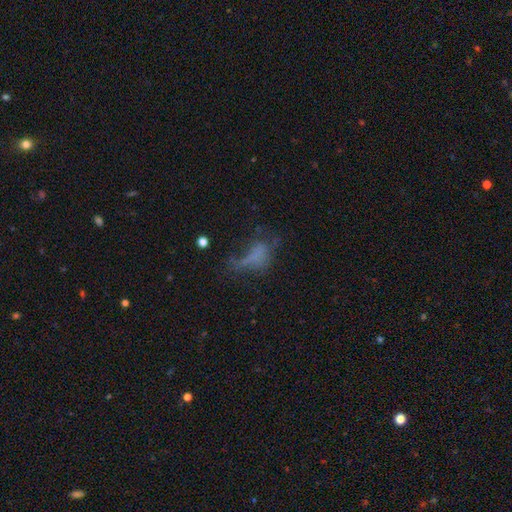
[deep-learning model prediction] Smooth or featured?
  - smooth: 44% *
  - featured or disk: 33%
  - star or artifact: 23%
Merging?
  - major disturbance: 47% *
  - none: 28%
  - minor disturbance: 18%
  - merger: 7%